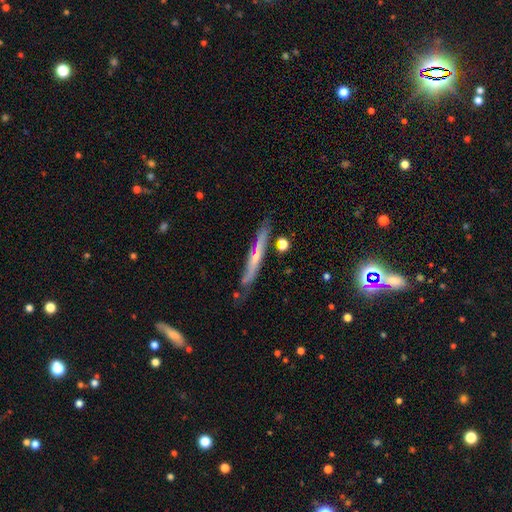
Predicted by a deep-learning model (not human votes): Q: Smooth or featured?
A: featured or disk (63%); runner-up: smooth (30%)
Q: Edge-on disk?
A: yes (90%); runner-up: no (10%)
Q: Edge-on bulge?
A: rounded (49%); runner-up: none (45%)
Q: Merging?
A: none (74%); runner-up: minor disturbance (19%)